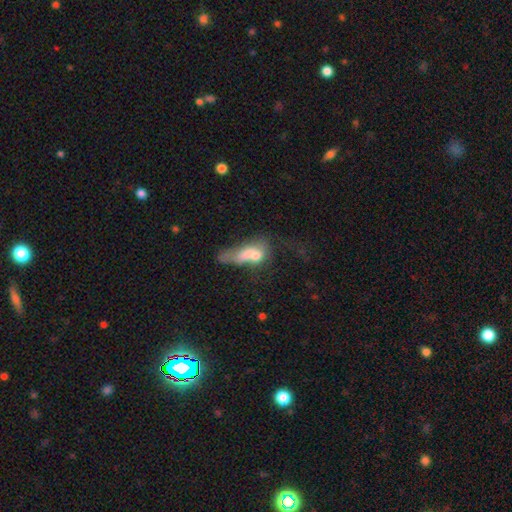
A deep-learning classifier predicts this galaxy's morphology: smooth_or_featured: smooth (p=0.52) [alt: featured or disk p=0.36]
how_rounded: in between (p=0.61) [alt: cigar-shaped p=0.29]
merging: merger (p=0.39) [alt: major disturbance p=0.32]